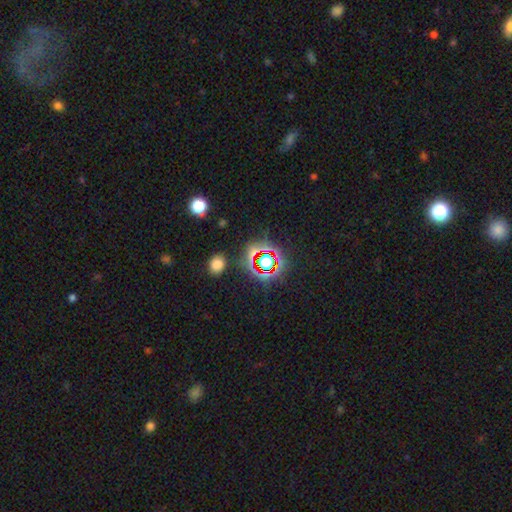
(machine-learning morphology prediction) type=star or artifact (67%).